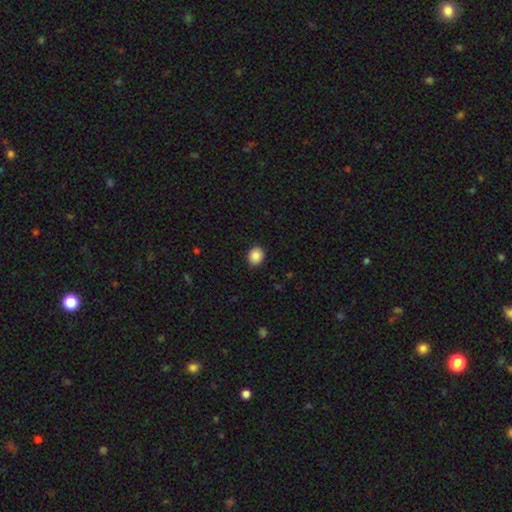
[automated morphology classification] Smooth or featured?
  - smooth: 88% *
  - star or artifact: 8%
  - featured or disk: 4%
How rounded?
  - round: 70% *
  - in between: 29%
  - cigar-shaped: 1%
Merging?
  - none: 90% *
  - minor disturbance: 7%
  - major disturbance: 2%
  - merger: 1%